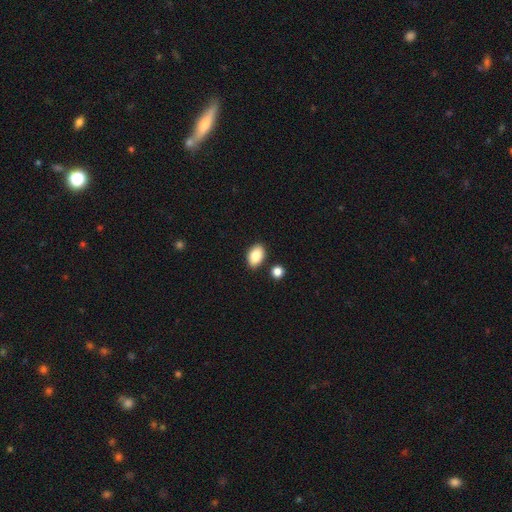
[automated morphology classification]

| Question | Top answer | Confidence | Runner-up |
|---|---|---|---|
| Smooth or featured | smooth | 86% | star or artifact (8%) |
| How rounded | in between | 89% | round (9%) |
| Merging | none | 84% | minor disturbance (9%) |